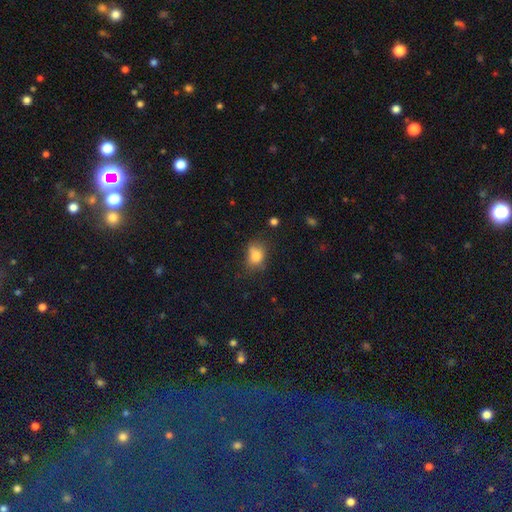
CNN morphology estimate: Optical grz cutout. It shows a smooth galaxy with no disk features (79%) that is in between round and cigar-shaped (58%). Merging: none (53%).